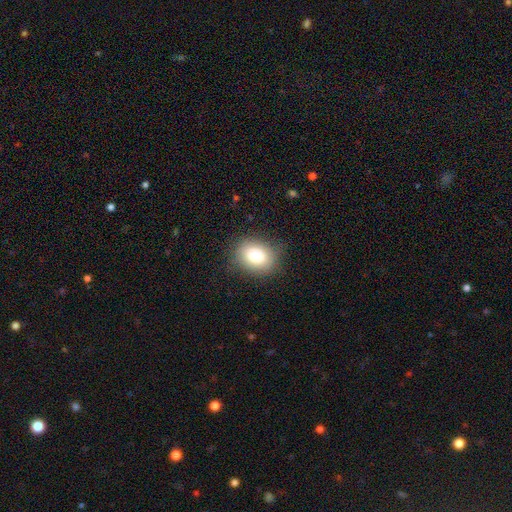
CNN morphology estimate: type=smooth (83%); roundness=in between (61%); merging=none (82%).